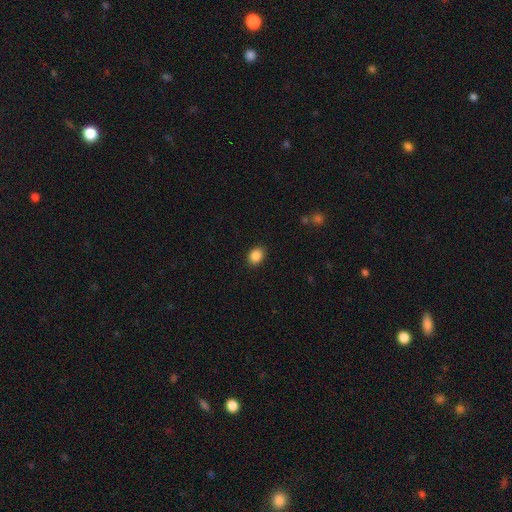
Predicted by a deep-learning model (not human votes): A smooth galaxy with no disk features (88%) that is in between round and cigar-shaped (55%). Merging: none (89%).